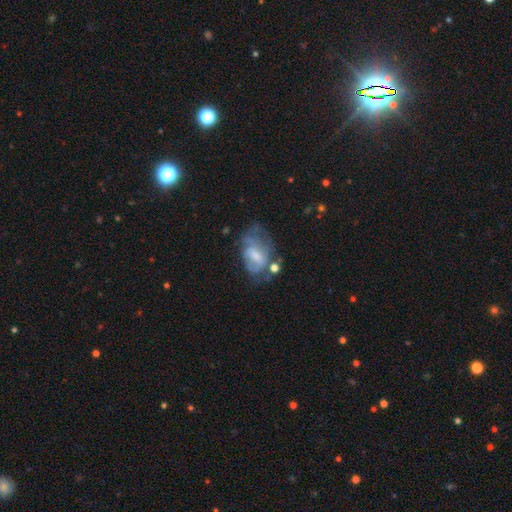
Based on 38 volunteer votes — Volunteers were most divided on "bar" (2-way tie): weak: 35%, no: 35%, strong: 29%. Remaining: edge-on disk — no (94%); spiral arms — no (65%); smooth or featured — featured or disk (47%); merging — none (43%); bulge size — small (41%).